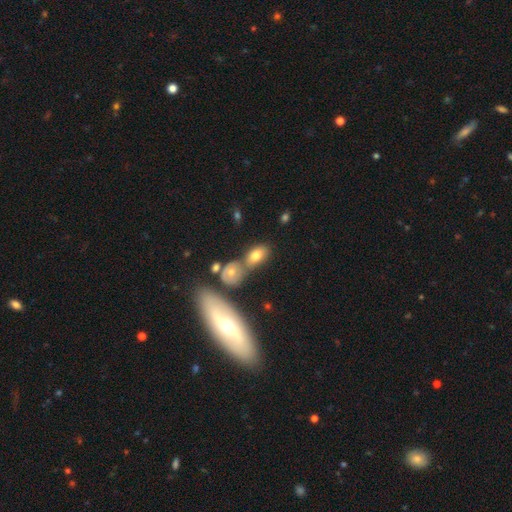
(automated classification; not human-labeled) A smooth galaxy with no disk features (69%) that is in between round and cigar-shaped (83%).

Vote fractions:
- Smooth or featured? smooth: 69% / featured or disk: 21% / star or artifact: 10%
- How rounded? in between: 83% / round: 10% / cigar-shaped: 6%
- Merging? none: 51% / merger: 28% / minor disturbance: 15% / major disturbance: 6%